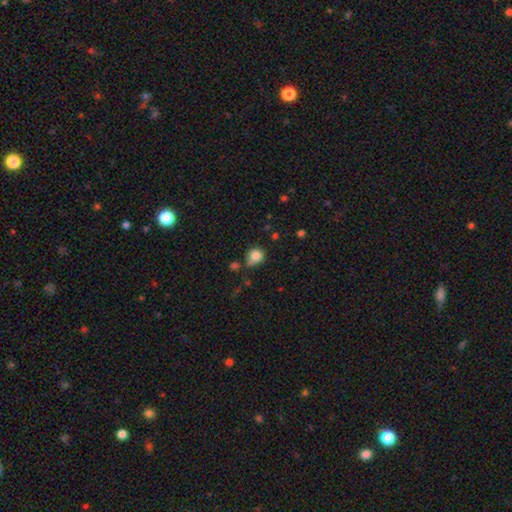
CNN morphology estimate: Smooth or featured?
  - smooth: 83% *
  - star or artifact: 11%
  - featured or disk: 7%
How rounded?
  - round: 81% *
  - in between: 18%
  - cigar-shaped: 1%
Merging?
  - none: 58% *
  - minor disturbance: 23%
  - merger: 13%
  - major disturbance: 7%